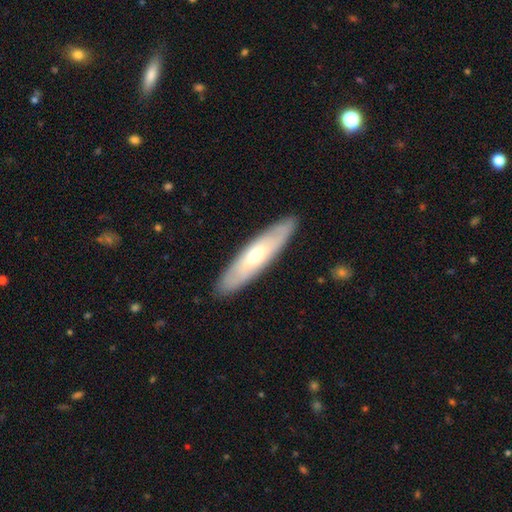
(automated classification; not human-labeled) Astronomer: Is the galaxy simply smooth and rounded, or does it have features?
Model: smooth — 49% (runner-up: featured or disk, 45%).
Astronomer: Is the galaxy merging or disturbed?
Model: none — 89%.